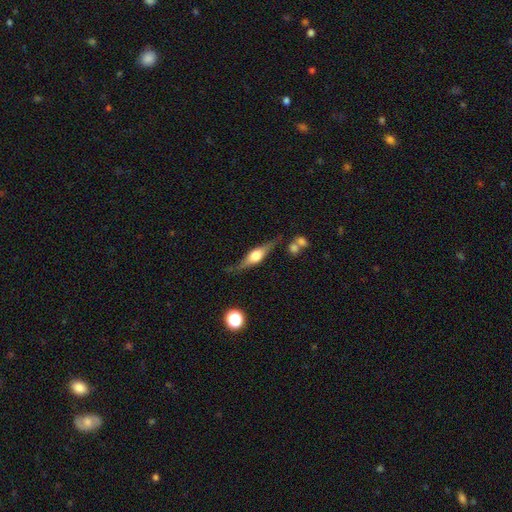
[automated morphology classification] Smooth or featured?
  - featured or disk: 70% *
  - smooth: 23%
  - star or artifact: 6%
Edge-on disk?
  - yes: 94% *
  - no: 6%
Edge-on bulge?
  - rounded: 92% *
  - boxy: 7%
  - none: 2%
Merging?
  - none: 74% *
  - minor disturbance: 15%
  - merger: 6%
  - major disturbance: 5%